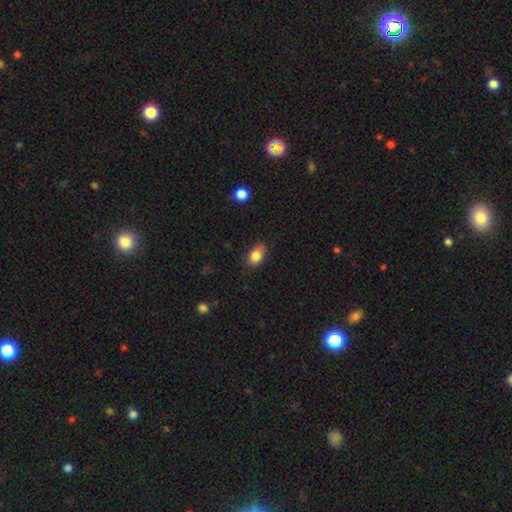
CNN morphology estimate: smooth 85%, star or artifact 9%, featured or disk 6%. Down the decision tree: how rounded — in between (78%); merging — none (79%).